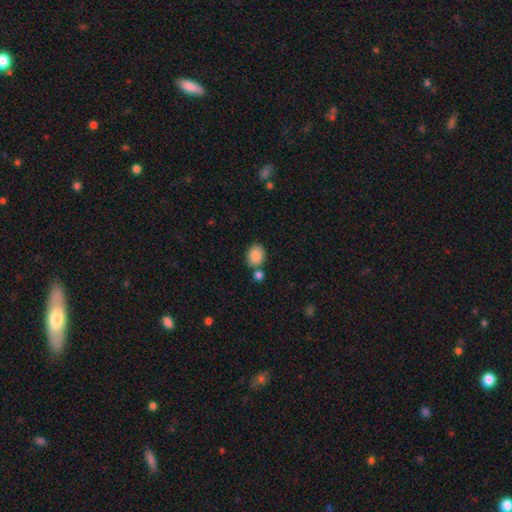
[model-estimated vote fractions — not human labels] Smooth or featured? Predicted: smooth (p=0.88). How rounded? Predicted: in between (p=0.61). Merging? Predicted: none (p=0.65).